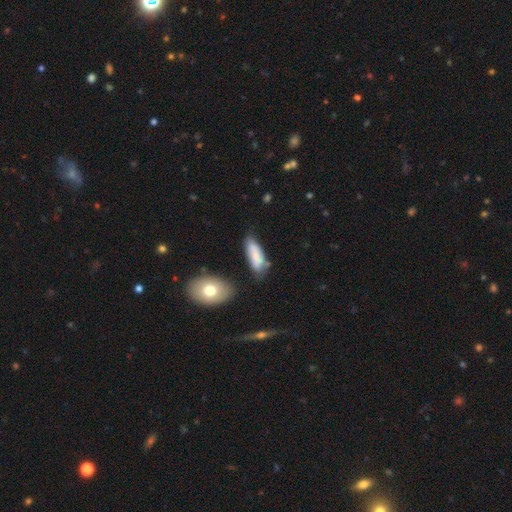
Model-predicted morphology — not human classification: This appears to be a smooth galaxy with no disk features (73%) that is in between round and cigar-shaped (69%). Merging: none (58%).